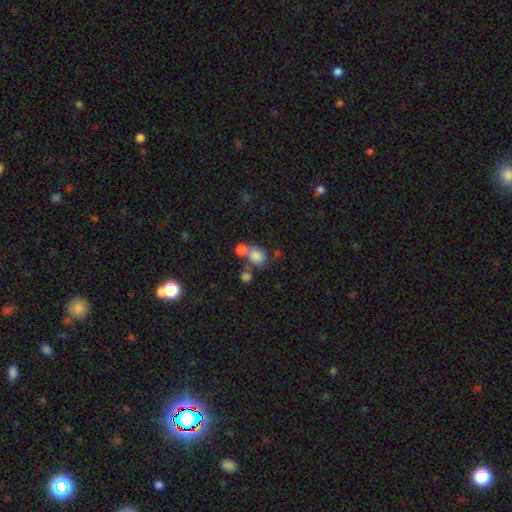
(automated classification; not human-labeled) A smooth galaxy with no disk features (78%) that is round (64%).

Vote fractions:
- Smooth or featured? smooth: 78% / star or artifact: 12% / featured or disk: 10%
- How rounded? round: 64% / in between: 35% / cigar-shaped: 1%
- Merging? none: 42% / merger: 40% / minor disturbance: 11% / major disturbance: 6%